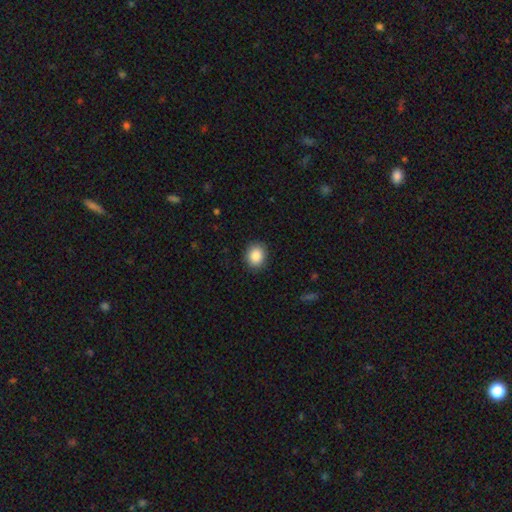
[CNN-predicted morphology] Overall: smooth (87%). How rounded: round (62%; in between 37%). Merging: none (90%).